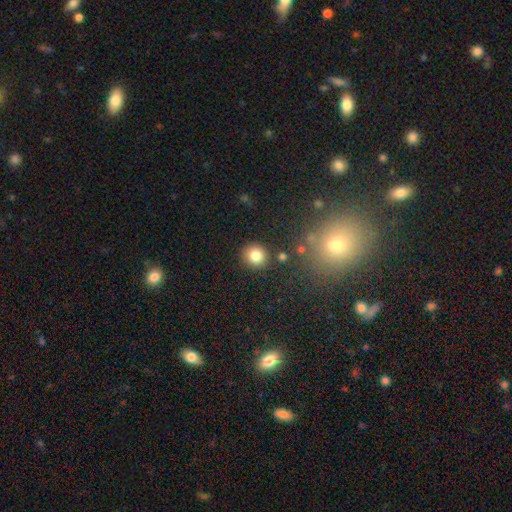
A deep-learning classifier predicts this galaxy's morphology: smooth-or-featured: smooth: 83% | star or artifact: 11% | featured or disk: 6%
  how-rounded: round: 88% | in between: 11% | cigar-shaped: 1%
  merging: none: 86% | minor disturbance: 8% | merger: 4% | major disturbance: 3%